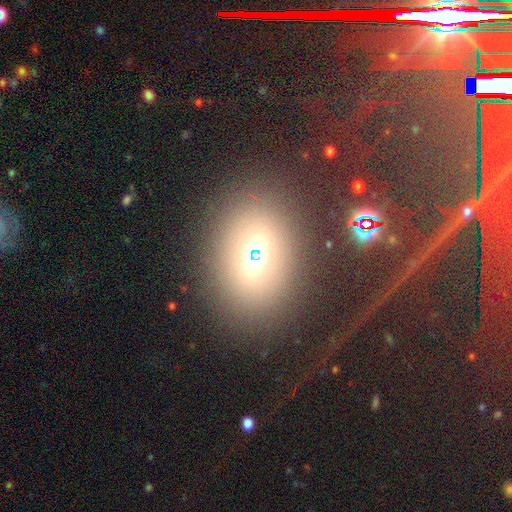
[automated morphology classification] Smooth or featured?
  - smooth: 50% *
  - star or artifact: 32%
  - featured or disk: 18%
Merging?
  - none: 73% *
  - minor disturbance: 11%
  - major disturbance: 8%
  - merger: 7%